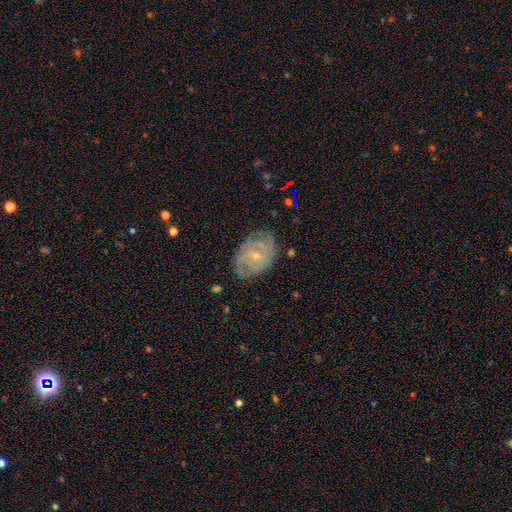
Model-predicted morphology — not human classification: A featured or disk galaxy (76%) with no bar (64%), tight (63%) spiral arms (89%) and a small central bulge (74%).

Vote fractions:
- Smooth or featured? featured or disk: 76% / smooth: 17% / star or artifact: 7%
- Edge-on disk? no: 97% / yes: 3%
- Bar? no: 64% / weak: 31% / strong: 5%
- Spiral arms? yes: 89% / no: 11%
- Spiral winding? tight: 63% / medium: 29% / loose: 8%
- Spiral arm count? can't tell: 42% / 2: 23% / 3: 14% / 4: 10% / more than 4: 5% / 1: 5%
- Bulge size? small: 74% / moderate: 21% / none: 3% / large: 1% / dominant: 1%
- Merging? none: 73% / minor disturbance: 20% / major disturbance: 6% / merger: 1%